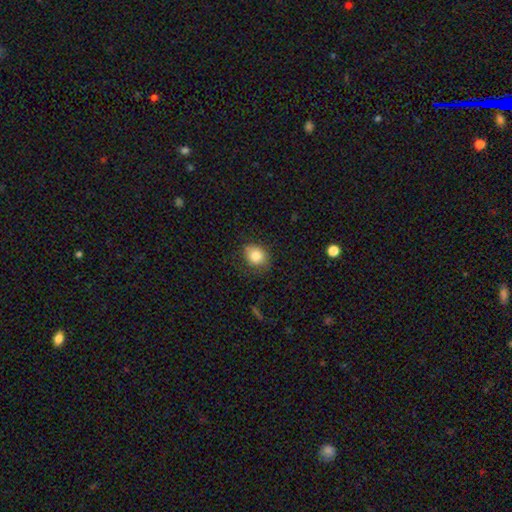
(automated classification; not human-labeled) Smooth or featured: smooth — 83% (star or artifact — 10%)
How rounded: round — 67% (in between — 32%)
Merging: none — 71% (minor disturbance — 22%)